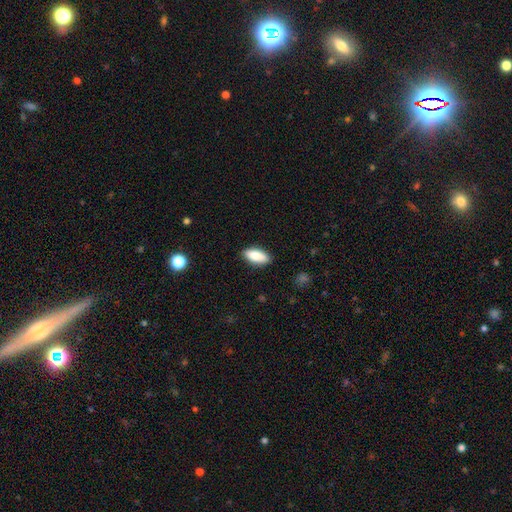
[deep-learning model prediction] Q: Smooth or featured?
A: smooth (83%); runner-up: featured or disk (10%)
Q: How rounded?
A: in between (83%); runner-up: cigar-shaped (14%)
Q: Merging?
A: none (86%); runner-up: minor disturbance (10%)